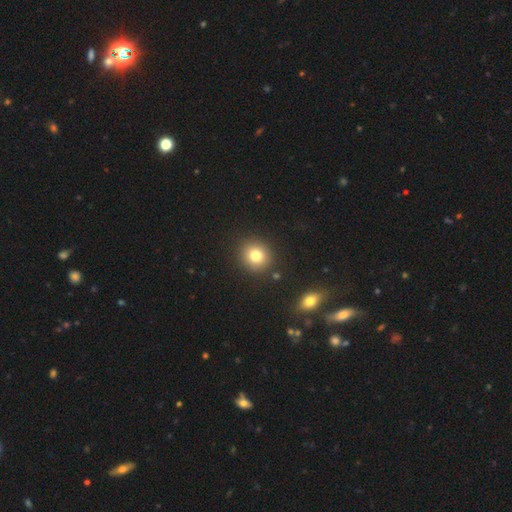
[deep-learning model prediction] This is likely a smooth galaxy (78%). How rounded: clearly round (87%). Merging: clearly none (88%).